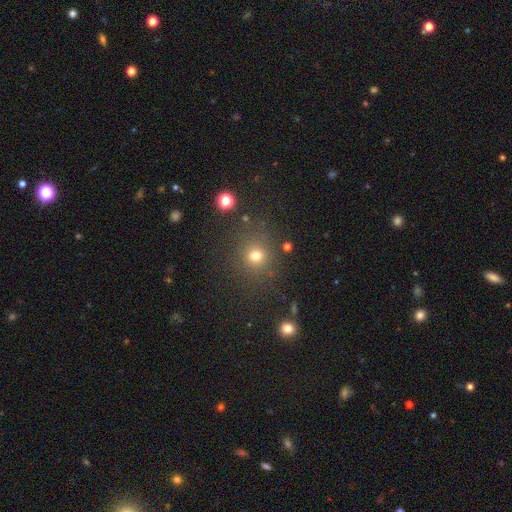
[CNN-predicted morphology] Smooth or featured?
  - smooth: 74% *
  - star or artifact: 19%
  - featured or disk: 7%
How rounded?
  - round: 87% *
  - in between: 12%
  - cigar-shaped: 1%
Merging?
  - none: 83% *
  - minor disturbance: 9%
  - major disturbance: 5%
  - merger: 3%